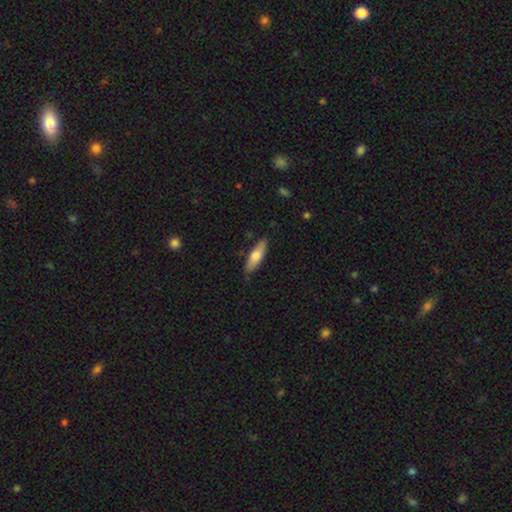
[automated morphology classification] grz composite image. It shows a smooth galaxy with no disk features (69%) that is cigar-shaped (53%). Merging: none (81%).